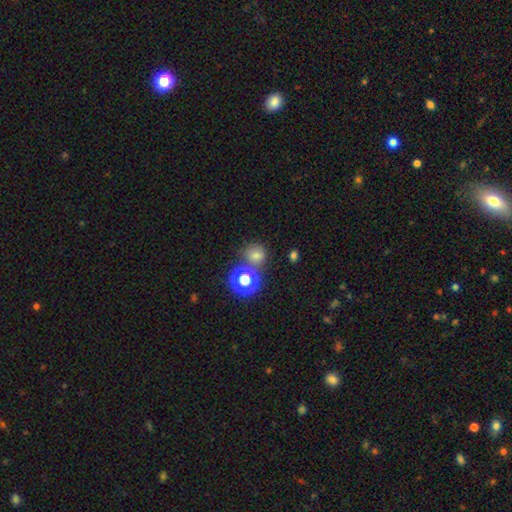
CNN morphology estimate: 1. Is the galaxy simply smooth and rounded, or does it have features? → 70% smooth, 23% star or artifact, 8% featured or disk.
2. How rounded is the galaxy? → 85% round, 14% in between, 1% cigar-shaped.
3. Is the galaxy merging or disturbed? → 70% none, 17% merger, 9% minor disturbance, 4% major disturbance.